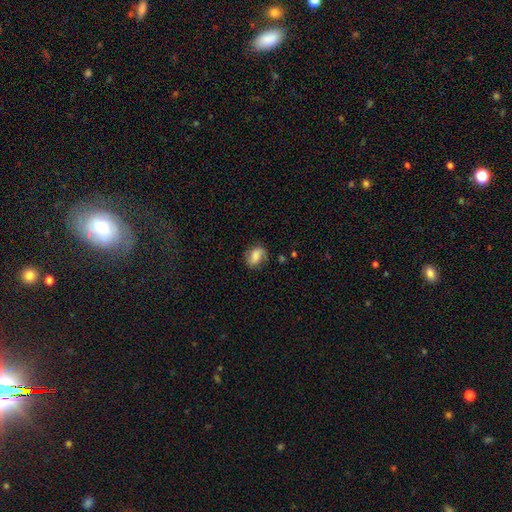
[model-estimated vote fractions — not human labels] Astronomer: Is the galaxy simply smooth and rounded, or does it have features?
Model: smooth — 62%.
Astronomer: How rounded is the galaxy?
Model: in between — 70%.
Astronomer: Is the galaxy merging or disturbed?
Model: none — 65%.